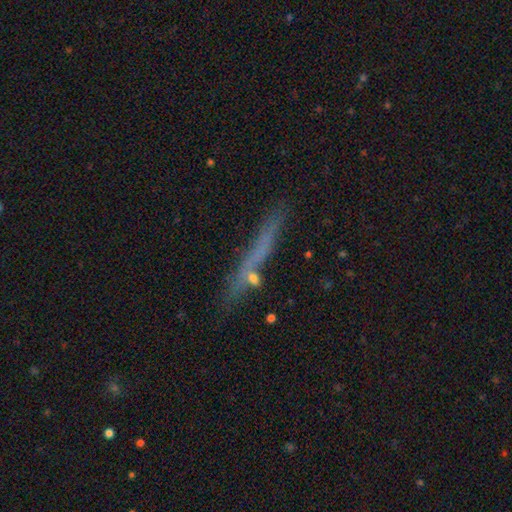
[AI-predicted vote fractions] smooth_or_featured: smooth (p=0.49) [alt: featured or disk p=0.37]
merging: none (p=0.74) [alt: minor disturbance p=0.15]